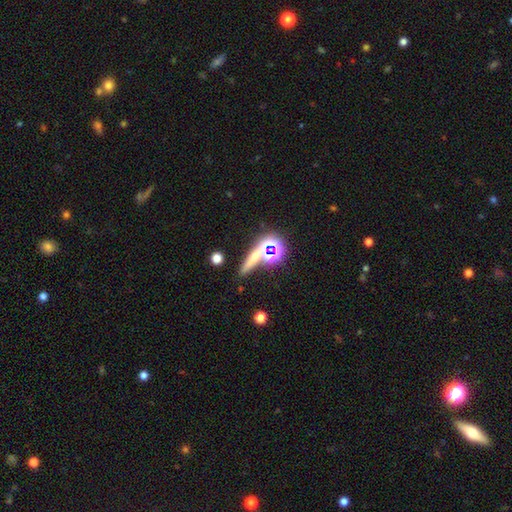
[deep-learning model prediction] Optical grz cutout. It shows a smooth galaxy with no disk features (48%). Merging: none (73%).